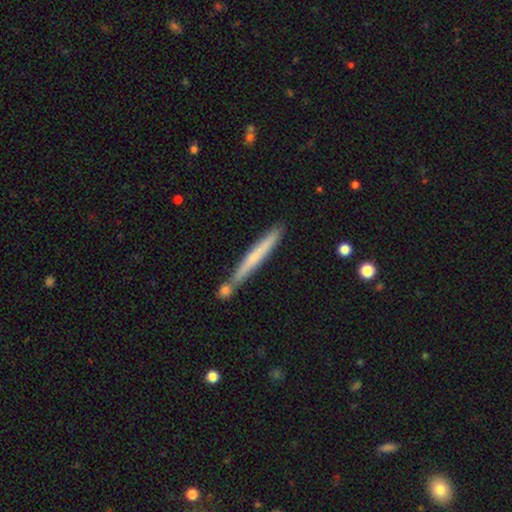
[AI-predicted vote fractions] smooth_or_featured: smooth (p=0.55) [alt: featured or disk p=0.39]
how_rounded: cigar-shaped (p=0.97) [alt: in between p=0.02]
merging: none (p=0.77) [alt: minor disturbance p=0.11]